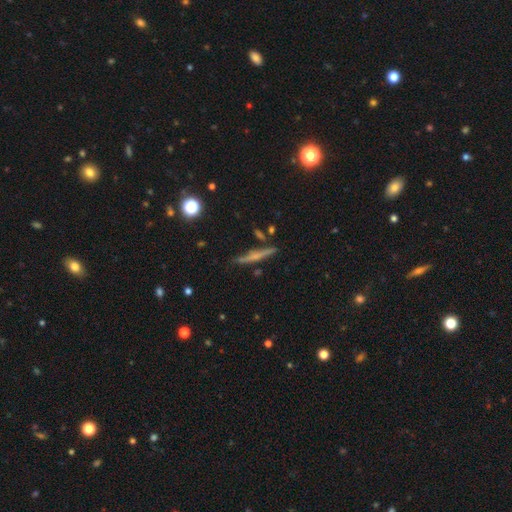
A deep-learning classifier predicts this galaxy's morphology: A featured or disk galaxy (59%) viewed edge-on (96%) with a rounded central bulge (51%). Merging: none (83%).